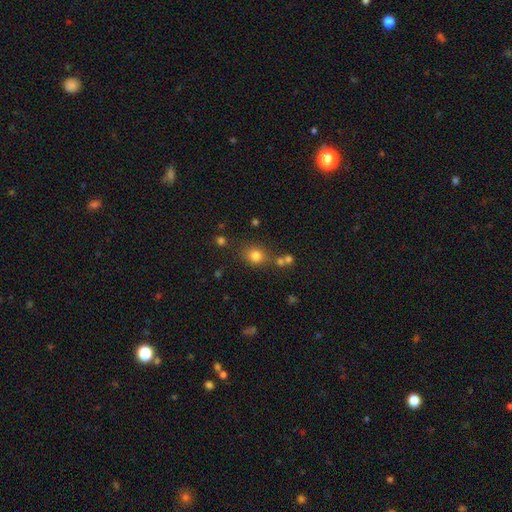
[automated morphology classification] This appears to be a smooth galaxy with no disk features (78%) that is round (69%). Merging: none (72%).